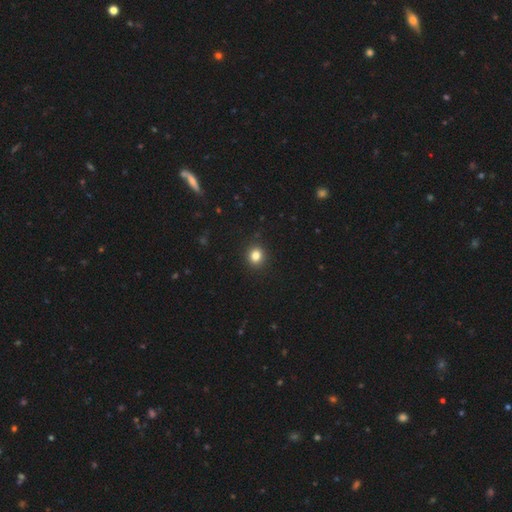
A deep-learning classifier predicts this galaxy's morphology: A smooth galaxy with no disk features (83%) that is round (78%).

Vote fractions:
- Smooth or featured? smooth: 83% / star or artifact: 12% / featured or disk: 5%
- How rounded? round: 78% / in between: 21% / cigar-shaped: 1%
- Merging? none: 91% / minor disturbance: 6% / major disturbance: 2% / merger: 1%